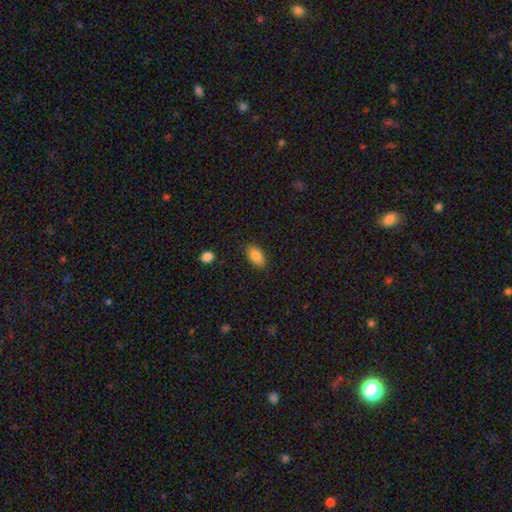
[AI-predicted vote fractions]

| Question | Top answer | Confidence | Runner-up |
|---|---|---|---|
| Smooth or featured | smooth | 86% | star or artifact (8%) |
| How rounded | in between | 90% | round (6%) |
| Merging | none | 84% | minor disturbance (12%) |